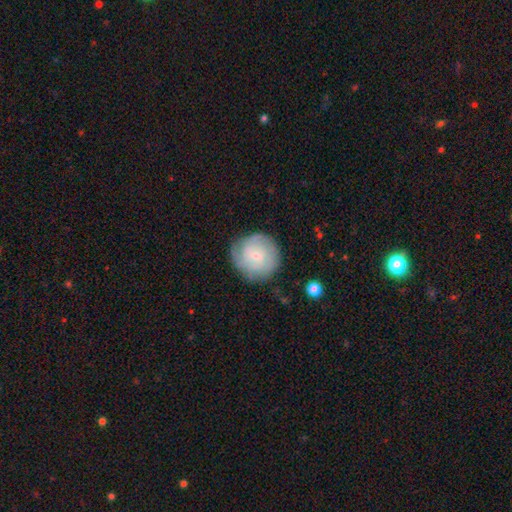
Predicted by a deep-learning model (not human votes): Smooth or featured? Predicted: featured or disk (p=0.56). Edge-on disk? Predicted: no (p=0.98). Bar? Predicted: no (p=0.72). Spiral arms? Predicted: yes (p=0.82). Bulge size? Predicted: small (p=0.73). Merging? Predicted: none (p=0.78).